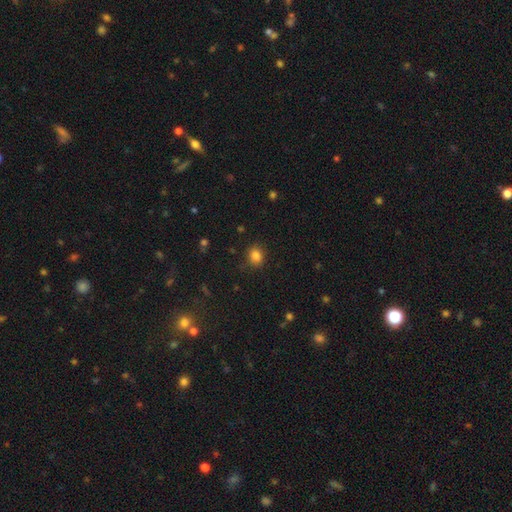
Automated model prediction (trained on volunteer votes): smooth_or_featured: smooth (p=0.83) [alt: star or artifact p=0.12]
how_rounded: round (p=0.57) [alt: in between p=0.42]
merging: none (p=0.83) [alt: minor disturbance p=0.12]